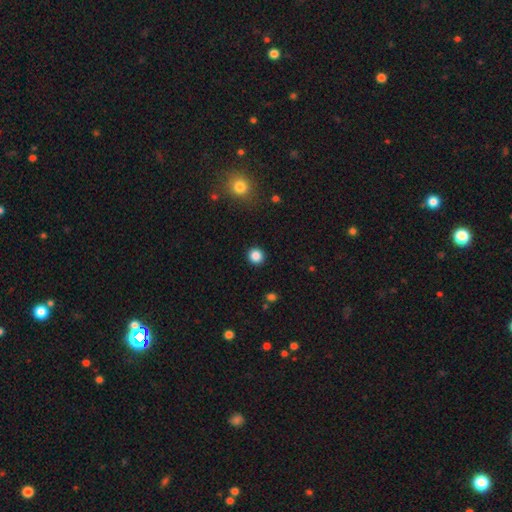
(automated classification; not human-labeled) Morphology: type=smooth (86%); roundness=round (93%); merging=none (92%).